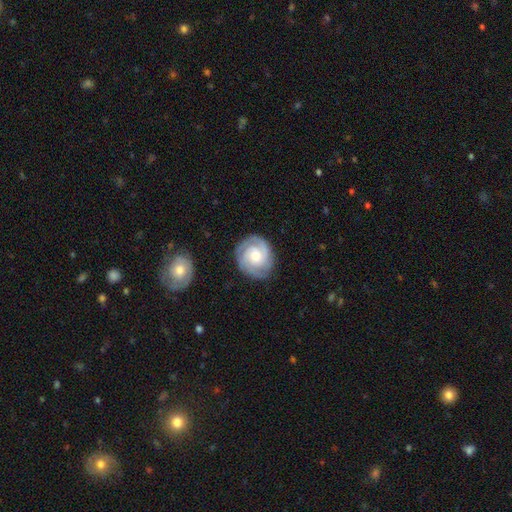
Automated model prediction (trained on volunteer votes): Smooth or featured? Predicted: featured or disk (p=0.82). Edge-on disk? Predicted: no (p=0.98). Bar? Predicted: no (p=0.67). Spiral arms? Predicted: yes (p=0.97). Spiral winding? Predicted: tight (p=0.67). Spiral arm count? Predicted: 2 (p=0.42). Bulge size? Predicted: moderate (p=0.59). Merging? Predicted: none (p=0.84).